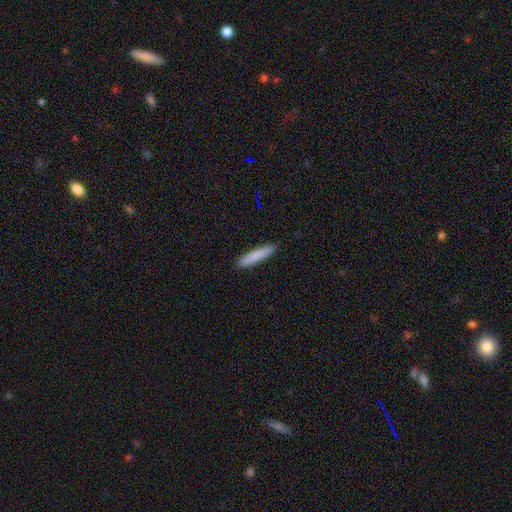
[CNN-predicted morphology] Smooth or featured?
  - smooth: 84% *
  - featured or disk: 11%
  - star or artifact: 6%
How rounded?
  - cigar-shaped: 90% *
  - in between: 9%
  - round: 1%
Merging?
  - none: 90% *
  - minor disturbance: 8%
  - major disturbance: 1%
  - merger: 1%